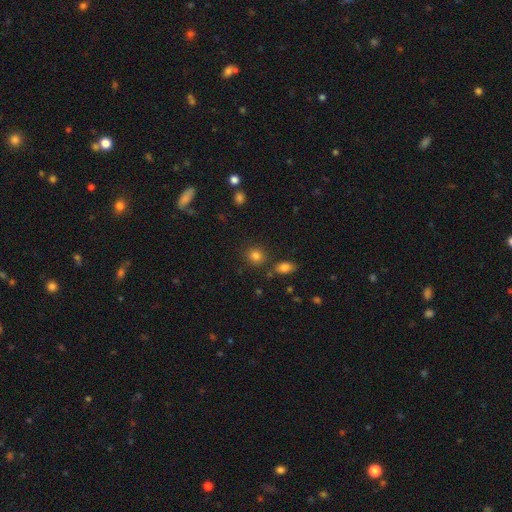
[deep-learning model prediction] smooth_or_featured: smooth (p=0.82) [alt: star or artifact p=0.12]
how_rounded: round (p=0.79) [alt: in between p=0.20]
merging: none (p=0.79) [alt: minor disturbance p=0.10]